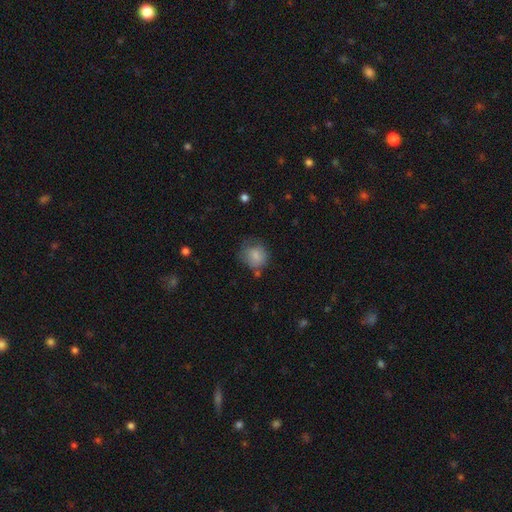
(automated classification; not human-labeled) A smooth galaxy with no disk features (79%) that is round (72%). Merging: none (52%).